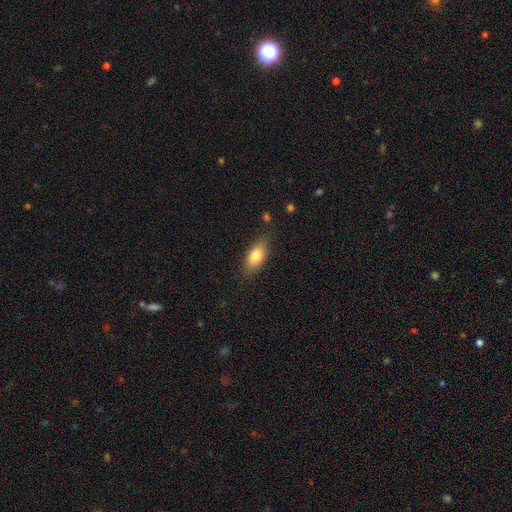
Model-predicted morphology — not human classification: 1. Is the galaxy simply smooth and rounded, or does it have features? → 79% smooth, 14% featured or disk, 7% star or artifact.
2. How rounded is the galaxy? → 84% in between, 12% cigar-shaped, 4% round.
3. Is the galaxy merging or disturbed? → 82% none, 13% minor disturbance, 3% major disturbance, 2% merger.